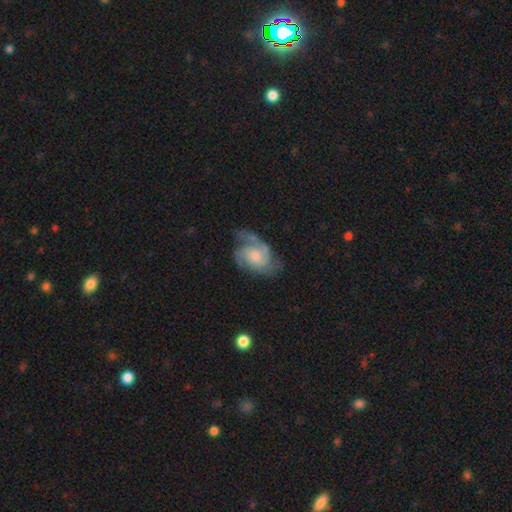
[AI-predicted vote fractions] smooth_or_featured: featured or disk (p=0.78) [alt: smooth p=0.16]
disk_edge_on: no (p=0.97) [alt: yes p=0.03]
bar: no (p=0.68) [alt: weak p=0.28]
has_spiral_arms: yes (p=0.94) [alt: no p=0.06]
spiral_winding: medium (p=0.48) [alt: tight p=0.34]
spiral_arm_count: 2 (p=0.42) [alt: 3 p=0.25]
bulge_size: moderate (p=0.41) [alt: small p=0.36]
merging: none (p=0.54) [alt: minor disturbance p=0.24]